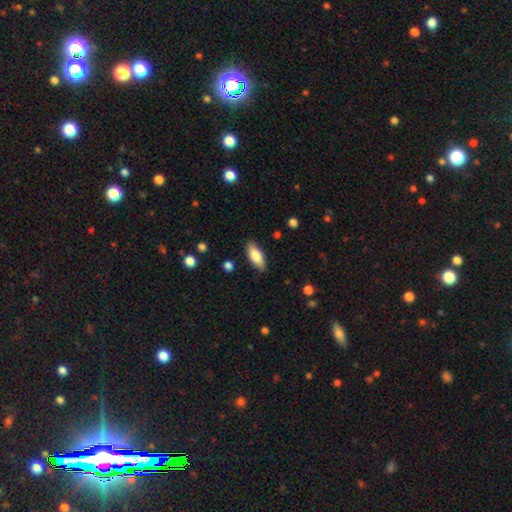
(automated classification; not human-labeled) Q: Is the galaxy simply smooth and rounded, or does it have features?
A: smooth — 77%.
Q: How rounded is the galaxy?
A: in between — 79%.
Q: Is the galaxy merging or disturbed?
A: none — 87%.